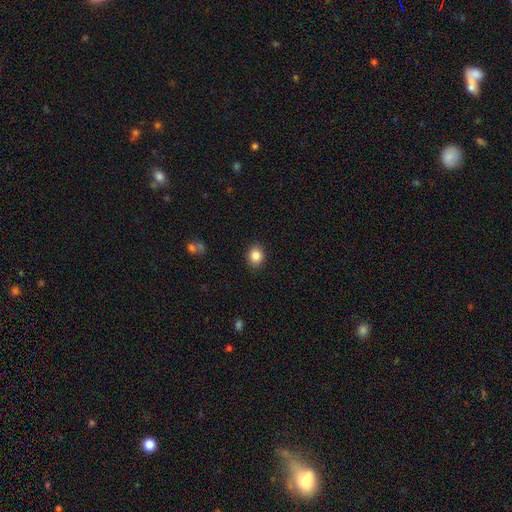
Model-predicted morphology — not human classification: smooth-or-featured: smooth: 85% | star or artifact: 9% | featured or disk: 5%
  how-rounded: round: 65% | in between: 34% | cigar-shaped: 1%
  merging: none: 89% | minor disturbance: 7% | major disturbance: 2% | merger: 1%